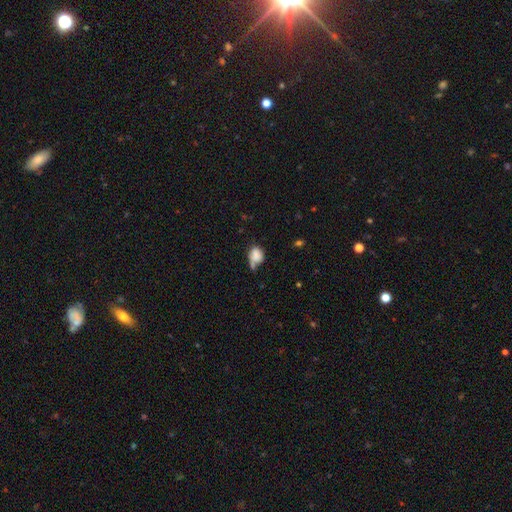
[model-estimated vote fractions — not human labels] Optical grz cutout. It shows a smooth galaxy with no disk features (79%) that is in between round and cigar-shaped (61%). Merging: none (34%).